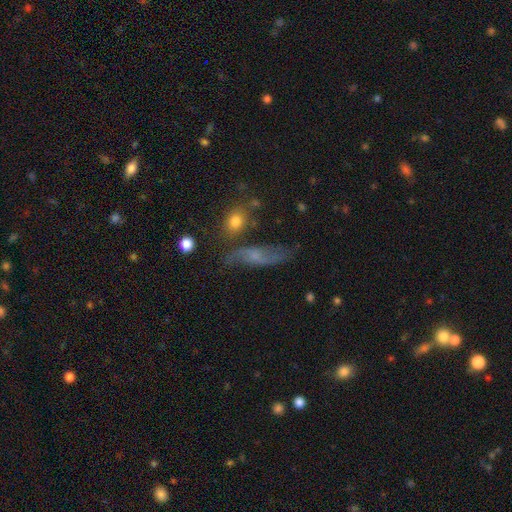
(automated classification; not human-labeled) A featured or disk galaxy (56%). Merging: none (56%).